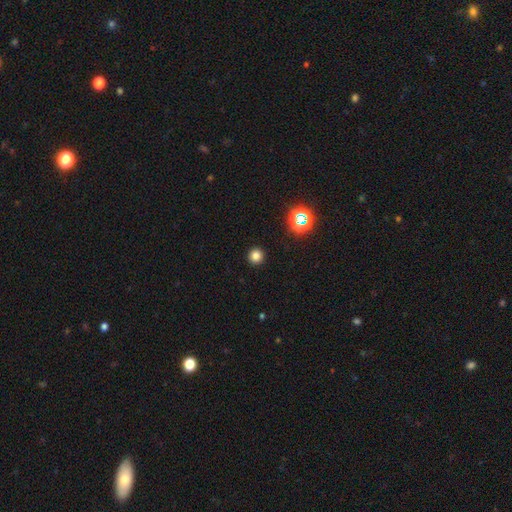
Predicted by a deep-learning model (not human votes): smooth_or_featured: smooth (p=0.79) [alt: star or artifact p=0.17]
how_rounded: round (p=0.95) [alt: in between p=0.04]
merging: none (p=0.93) [alt: minor disturbance p=0.04]